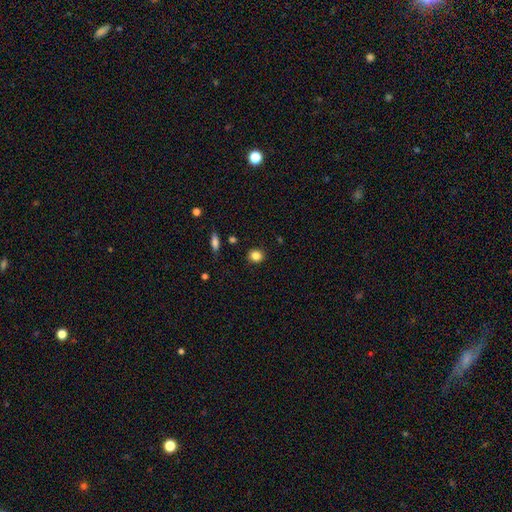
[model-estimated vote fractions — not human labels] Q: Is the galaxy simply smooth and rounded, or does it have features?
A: smooth — 84%.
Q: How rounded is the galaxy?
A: round — 79%.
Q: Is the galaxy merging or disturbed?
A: none — 89%.